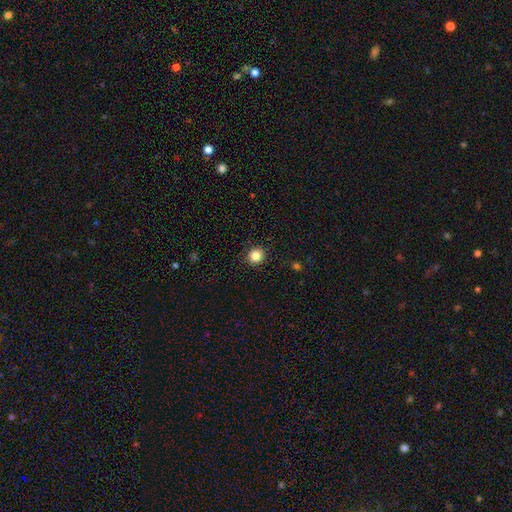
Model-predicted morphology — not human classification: A smooth galaxy with no disk features (85%) that is round (84%).

Vote fractions:
- Smooth or featured? smooth: 85% / star or artifact: 11% / featured or disk: 4%
- How rounded? round: 84% / in between: 15% / cigar-shaped: 1%
- Merging? none: 91% / minor disturbance: 6% / major disturbance: 2% / merger: 1%